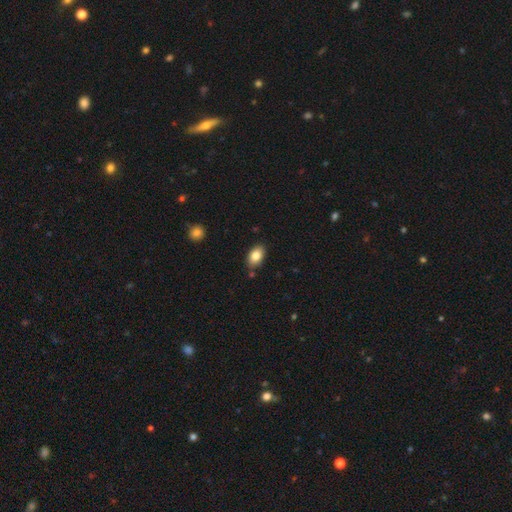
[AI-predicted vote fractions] Morphology: type=smooth (83%); roundness=in between (90%); merging=none (83%).